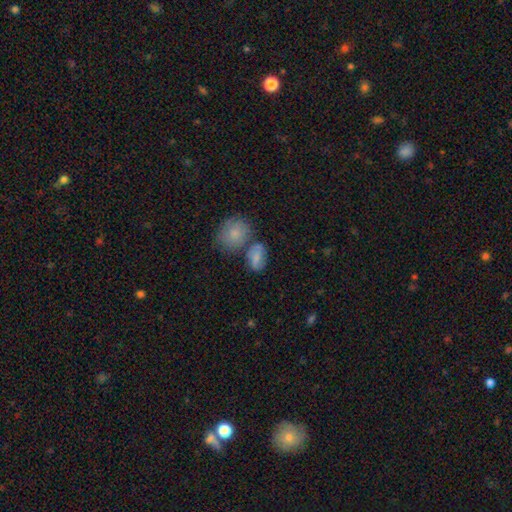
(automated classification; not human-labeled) Morphology: type=smooth (73%); roundness=in between (81%); merging=none (49%).